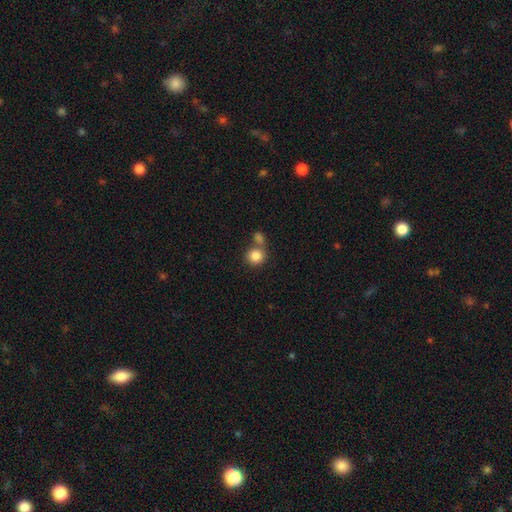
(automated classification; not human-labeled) smooth 85%, star or artifact 9%, featured or disk 6%. Down the decision tree: how rounded — round (89%); merging — none (55%).